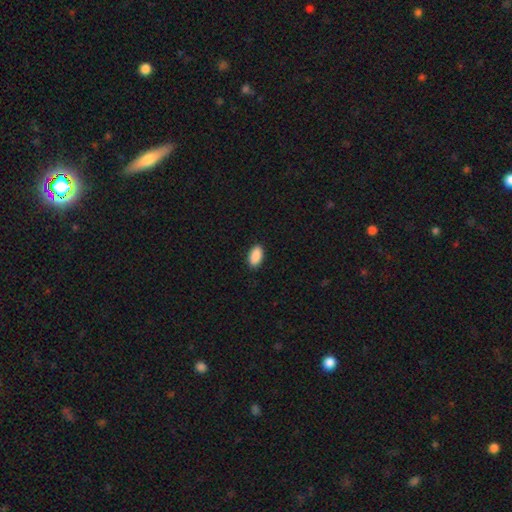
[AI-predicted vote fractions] Smooth or featured: smooth — 91% (star or artifact — 7%)
How rounded: in between — 94% (round — 3%)
Merging: none — 90% (minor disturbance — 7%)